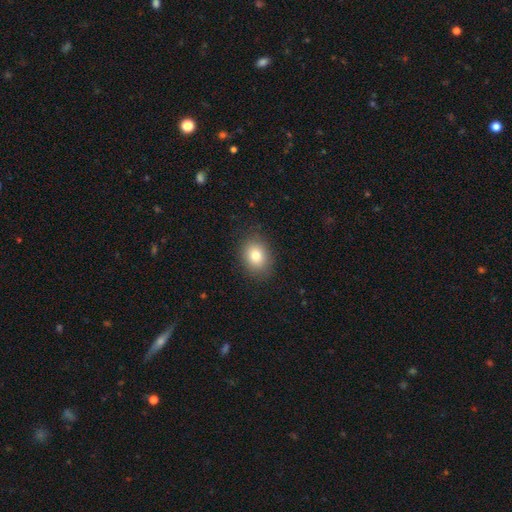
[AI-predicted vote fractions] Morphology: type=smooth (80%); roundness=in between (55%); merging=none (87%).